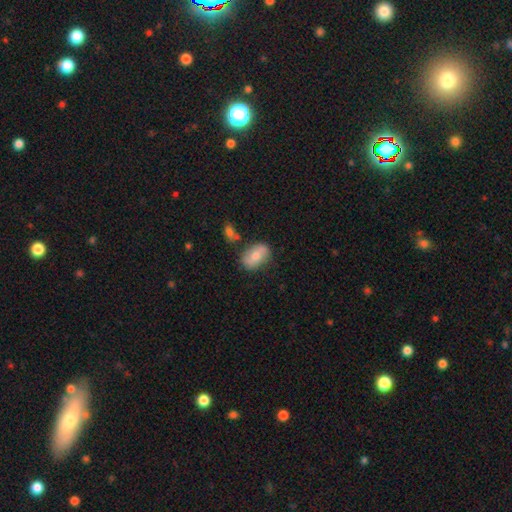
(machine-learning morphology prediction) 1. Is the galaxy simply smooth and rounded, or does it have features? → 63% smooth, 31% featured or disk, 7% star or artifact.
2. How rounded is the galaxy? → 85% in between, 13% round, 2% cigar-shaped.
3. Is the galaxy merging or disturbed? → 74% none, 17% minor disturbance, 5% merger, 4% major disturbance.